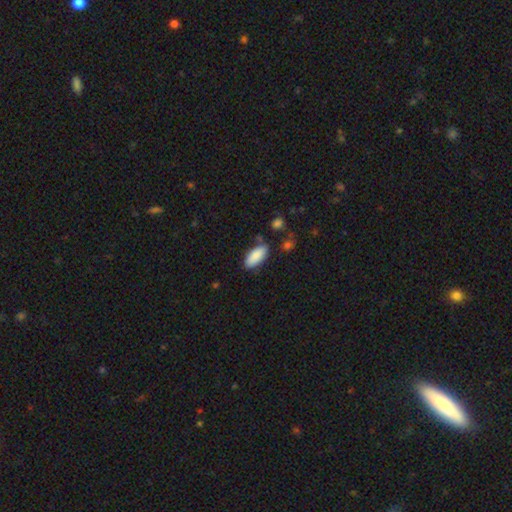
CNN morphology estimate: Smooth or featured?
  - smooth: 89% *
  - star or artifact: 6%
  - featured or disk: 5%
How rounded?
  - in between: 86% *
  - cigar-shaped: 12%
  - round: 2%
Merging?
  - none: 81% *
  - minor disturbance: 13%
  - merger: 4%
  - major disturbance: 3%